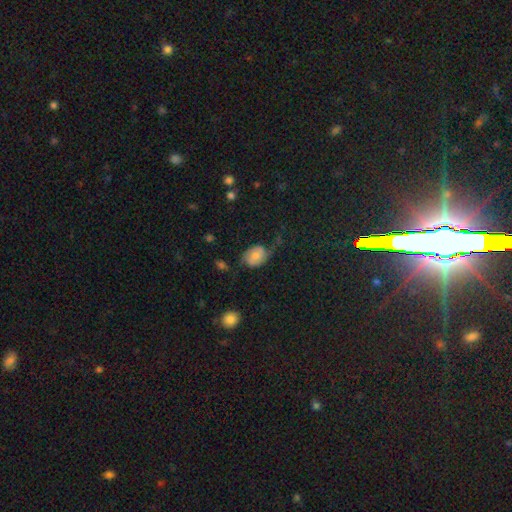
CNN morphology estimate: smooth 52%, featured or disk 38%, star or artifact 10%. Down the decision tree: how rounded — in between (67%); merging — none (41%).